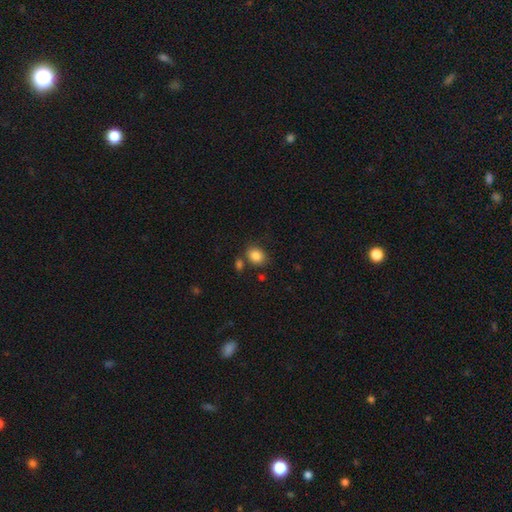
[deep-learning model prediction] This is clearly a smooth galaxy (85%). How rounded: possibly in between (50%). Merging: likely none (73%).